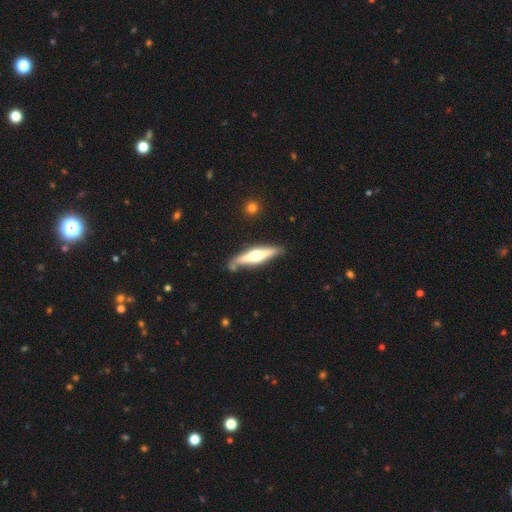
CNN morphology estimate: The model was most divided on "smooth or featured": featured or disk: 66%, smooth: 29%, star or artifact: 5%. More confident: edge-on disk — yes (95%); edge-on bulge — rounded (92%); merging — none (79%).